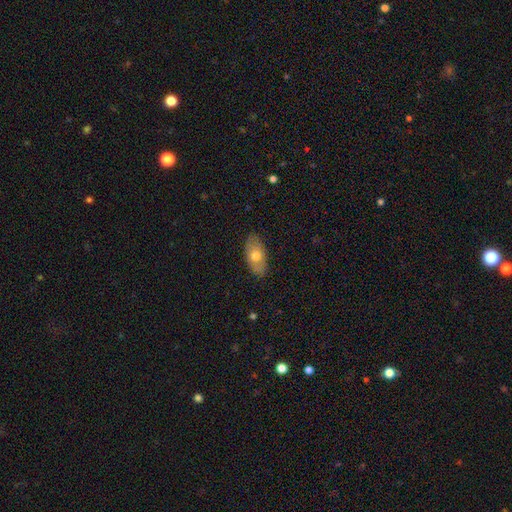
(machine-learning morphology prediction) smooth 66%, featured or disk 27%, star or artifact 7%. Down the decision tree: how rounded — in between (90%); merging — none (82%).